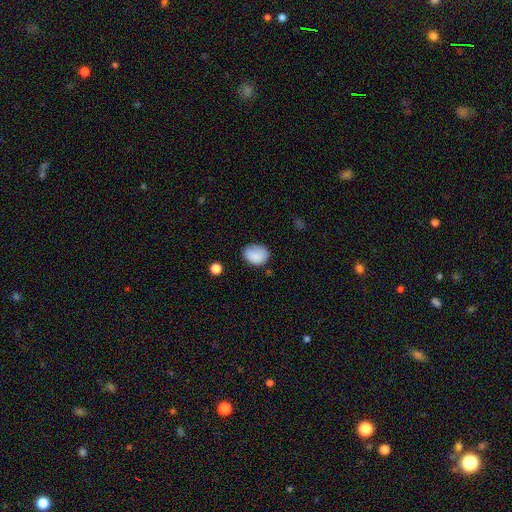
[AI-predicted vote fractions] Smooth or featured? Predicted: smooth (p=0.86). How rounded? Predicted: in between (p=0.61). Merging? Predicted: none (p=0.69).